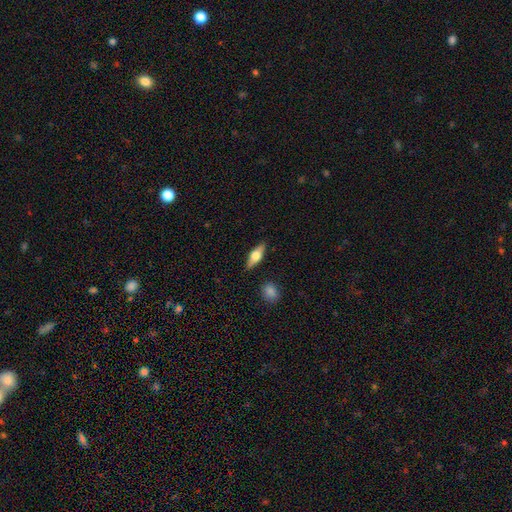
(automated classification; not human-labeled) Smooth or featured? smooth (53%)
How rounded? in between (62%)
Merging? none (87%)